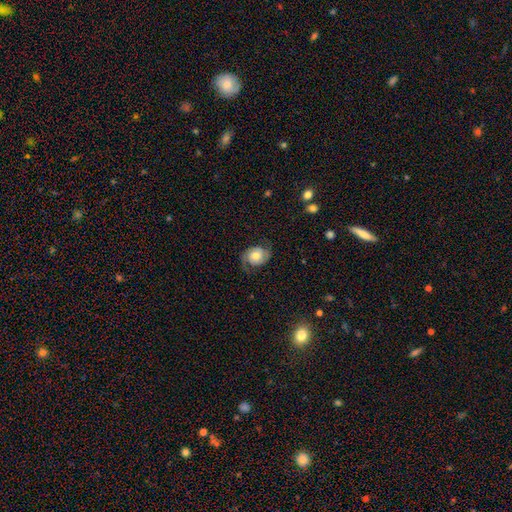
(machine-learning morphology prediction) This is likely a featured or disk galaxy (70%). It is clearly not viewed edge-on (97%). Bar: likely no (75%). Spiral arm pattern: clearly yes (93%). Spiral arm count: clearly 2 (89%). Spiral winding: marginally medium (44%). Central bulge: likely moderate (62%). Merging: likely none (71%).